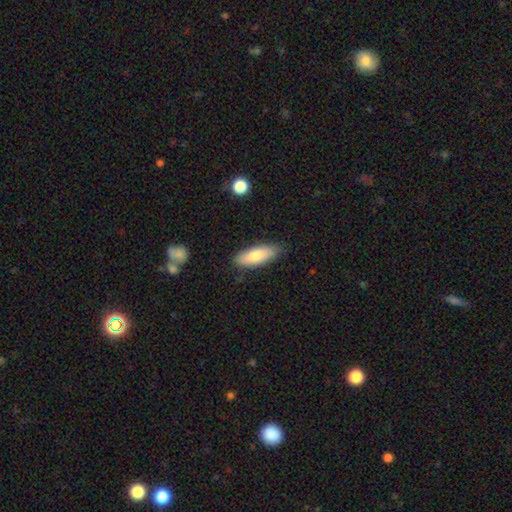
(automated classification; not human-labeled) Overall: smooth (79%). How rounded: in between (68%; cigar-shaped 30%). Merging: none (83%).